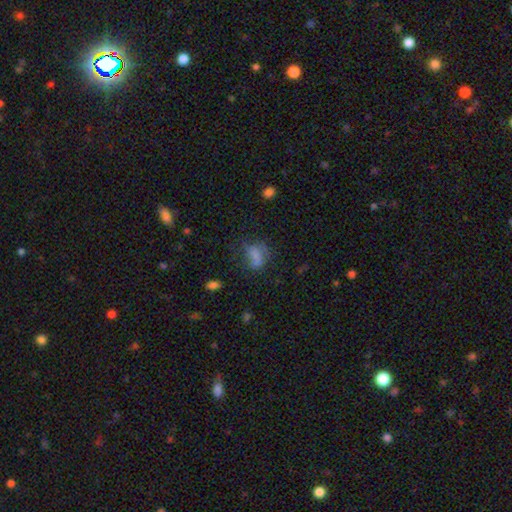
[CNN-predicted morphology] smooth 64%, featured or disk 21%, star or artifact 15%. Down the decision tree: how rounded — in between (70%); merging — none (40%).